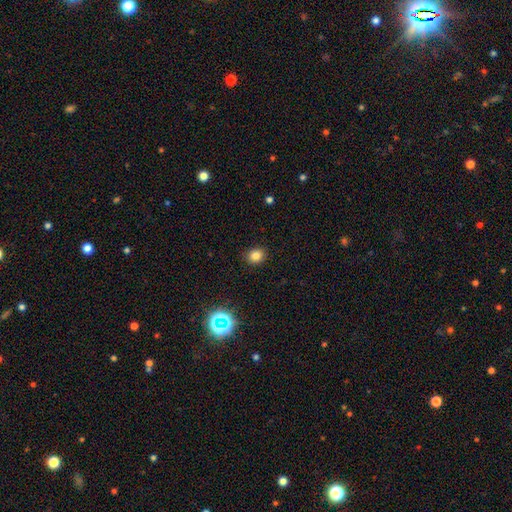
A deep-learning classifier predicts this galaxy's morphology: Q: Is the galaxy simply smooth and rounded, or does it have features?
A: smooth — 81%.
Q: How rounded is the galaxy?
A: round — 68%.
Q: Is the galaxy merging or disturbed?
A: none — 89%.